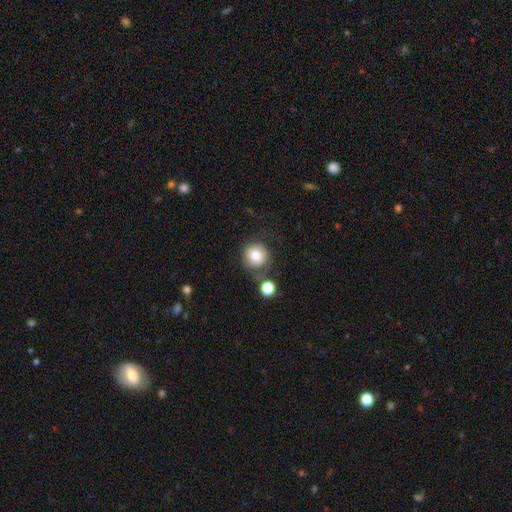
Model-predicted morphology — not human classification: This is clearly a smooth galaxy (80%). How rounded: clearly round (92%). Merging: likely none (62%).